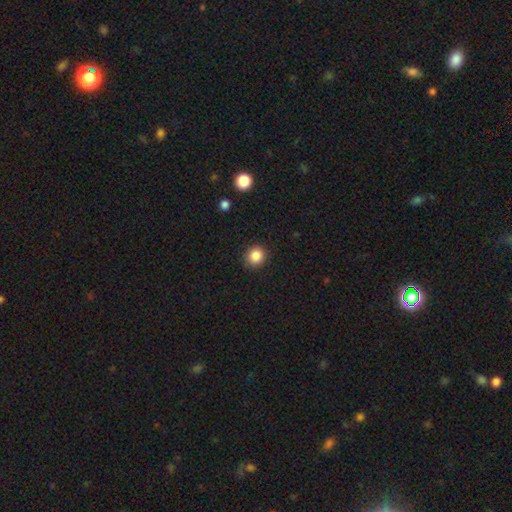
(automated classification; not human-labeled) smooth-or-featured: smooth: 86% | star or artifact: 10% | featured or disk: 4%
  how-rounded: round: 88% | in between: 11% | cigar-shaped: 1%
  merging: none: 90% | minor disturbance: 7% | major disturbance: 2% | merger: 1%